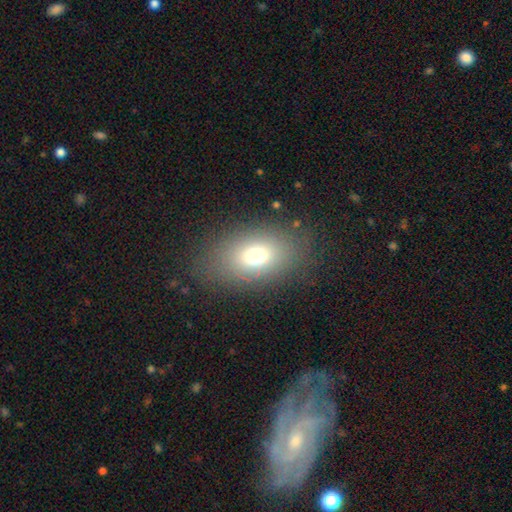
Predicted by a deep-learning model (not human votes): Morphology: type=smooth (70%); roundness=in between (81%); merging=none (80%).